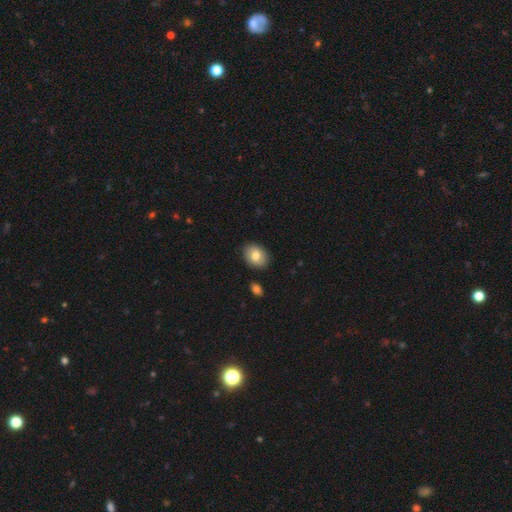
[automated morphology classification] smooth 79%, featured or disk 13%, star or artifact 8%. Down the decision tree: how rounded — in between (64%); merging — none (87%).